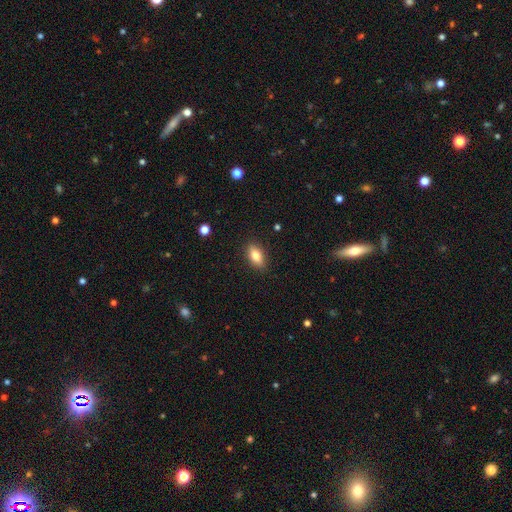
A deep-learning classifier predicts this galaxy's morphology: This appears to be a smooth galaxy with no disk features (77%) that is in between round and cigar-shaped (85%). Merging: none (88%).